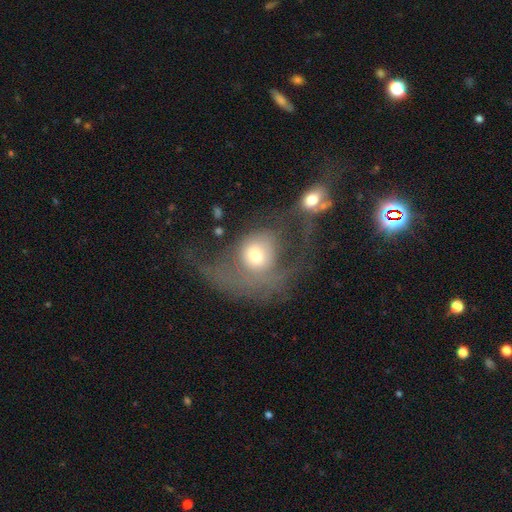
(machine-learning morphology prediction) smooth 46%, featured or disk 44%, star or artifact 10%. Down the decision tree: merging — major disturbance (47%).